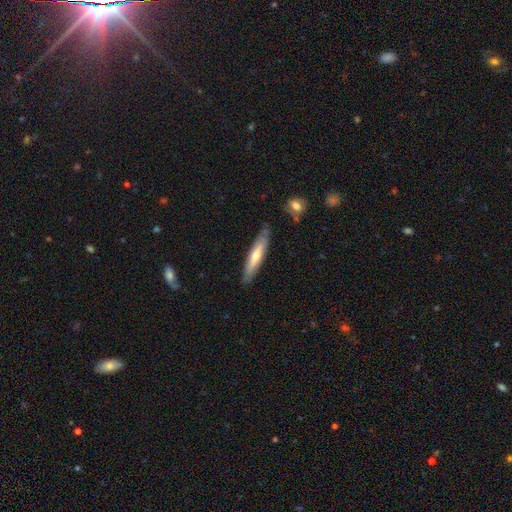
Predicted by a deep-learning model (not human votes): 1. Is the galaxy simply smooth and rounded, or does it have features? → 48% smooth, 46% featured or disk, 6% star or artifact.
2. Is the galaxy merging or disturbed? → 85% none, 11% minor disturbance, 2% major disturbance, 2% merger.